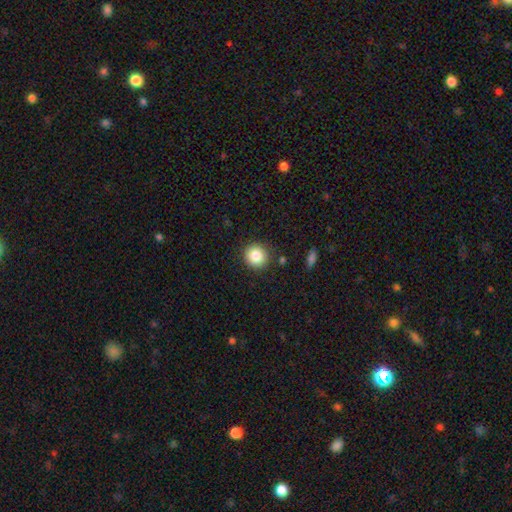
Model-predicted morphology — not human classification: Overall: smooth (85%). How rounded: round (92%). Merging: none (89%).